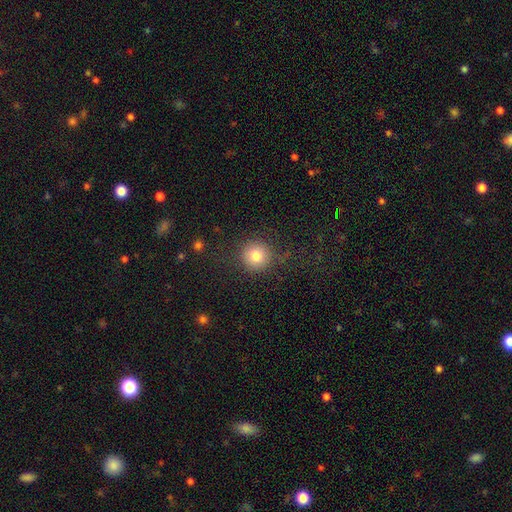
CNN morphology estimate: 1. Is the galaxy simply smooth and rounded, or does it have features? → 80% smooth, 11% star or artifact, 8% featured or disk.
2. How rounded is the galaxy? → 94% round, 5% in between, 1% cigar-shaped.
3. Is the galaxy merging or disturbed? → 85% none, 9% minor disturbance, 5% major disturbance, 1% merger.